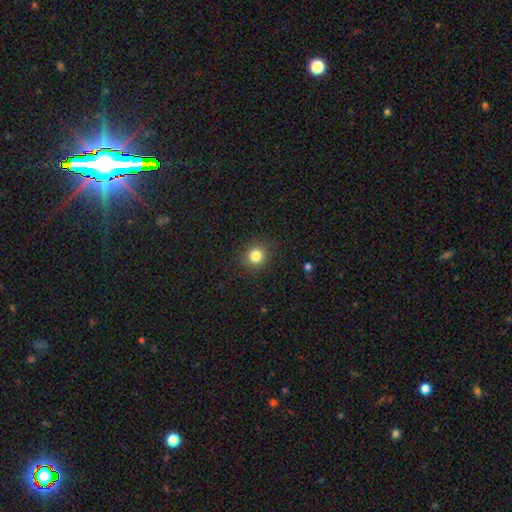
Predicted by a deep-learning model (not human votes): Smooth or featured? Predicted: smooth (p=0.83). How rounded? Predicted: round (p=0.89). Merging? Predicted: none (p=0.90).